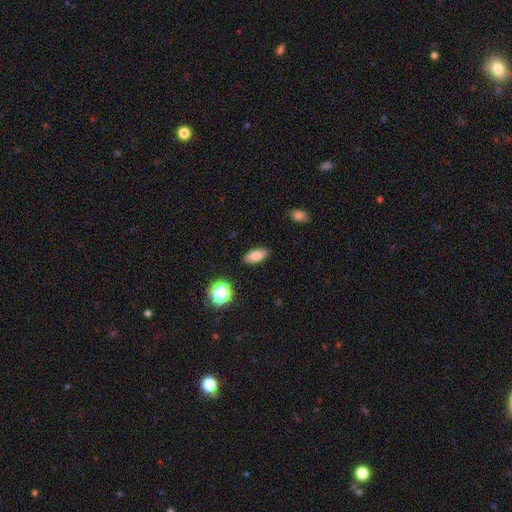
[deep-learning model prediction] Q: Smooth or featured?
A: smooth (80%); runner-up: star or artifact (10%)
Q: How rounded?
A: in between (82%); runner-up: cigar-shaped (13%)
Q: Merging?
A: none (88%); runner-up: minor disturbance (9%)